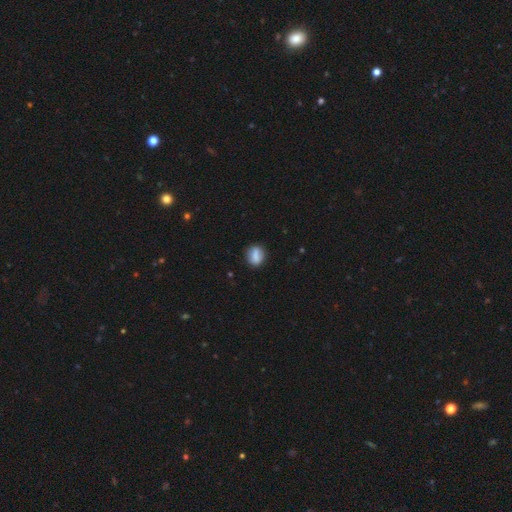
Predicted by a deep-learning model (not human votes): The model was most divided on "how rounded": in between: 48%, round: 47%, cigar-shaped: 5%. More confident: merging — none (82%); smooth or featured — smooth (74%).